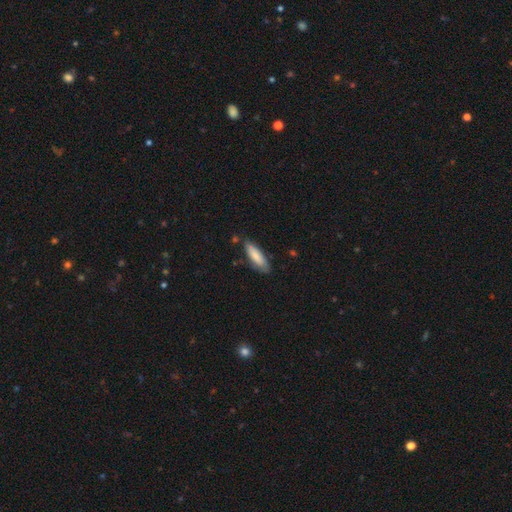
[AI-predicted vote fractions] This is likely a smooth galaxy (79%). How rounded: possibly in between (52%). Merging: likely none (74%).